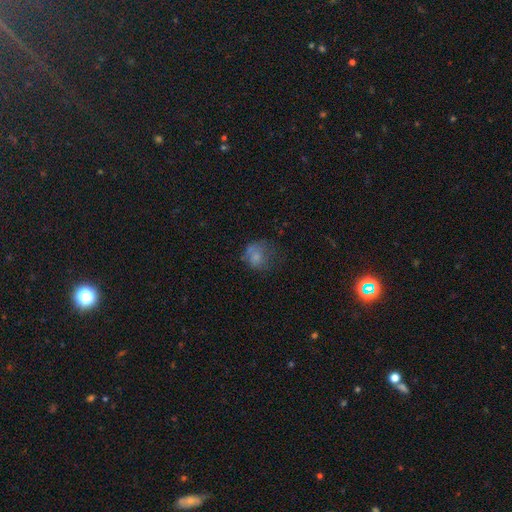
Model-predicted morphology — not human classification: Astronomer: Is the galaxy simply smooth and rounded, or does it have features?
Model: smooth — 65%.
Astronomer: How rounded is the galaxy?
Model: round — 66%.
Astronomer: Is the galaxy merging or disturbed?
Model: none — 41% (runner-up: major disturbance, 29%).